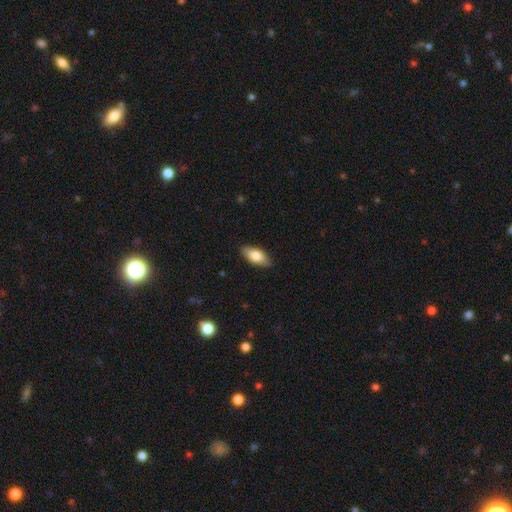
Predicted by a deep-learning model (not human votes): Smooth or featured? Predicted: smooth (p=0.79). How rounded? Predicted: in between (p=0.87). Merging? Predicted: none (p=0.88).